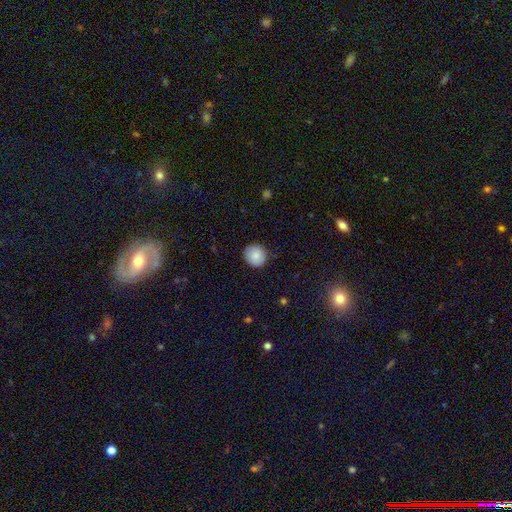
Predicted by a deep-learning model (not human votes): Smooth or featured? smooth (86%)
How rounded? round (90%)
Merging? none (89%)